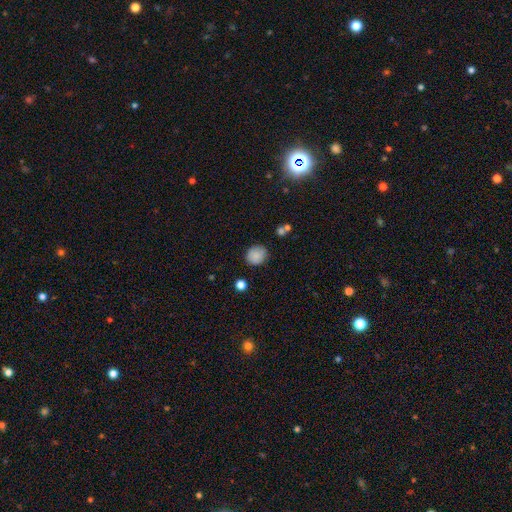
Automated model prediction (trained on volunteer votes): This appears to be a smooth galaxy with no disk features (86%) that is round (78%). Merging: none (84%).